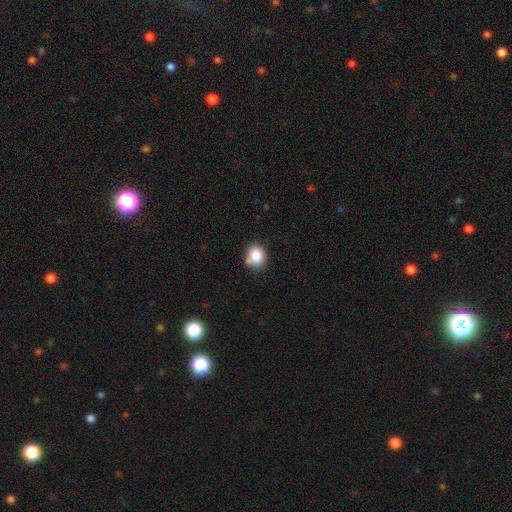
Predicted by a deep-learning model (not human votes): Morphology: type=smooth (84%); roundness=round (77%); merging=none (73%).